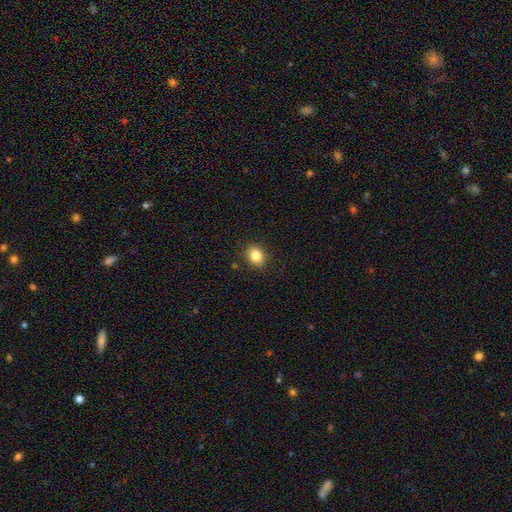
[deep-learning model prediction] The model was most divided on "how rounded": in between: 58%, round: 41%, cigar-shaped: 1%. More confident: merging — none (87%); smooth or featured — smooth (84%).